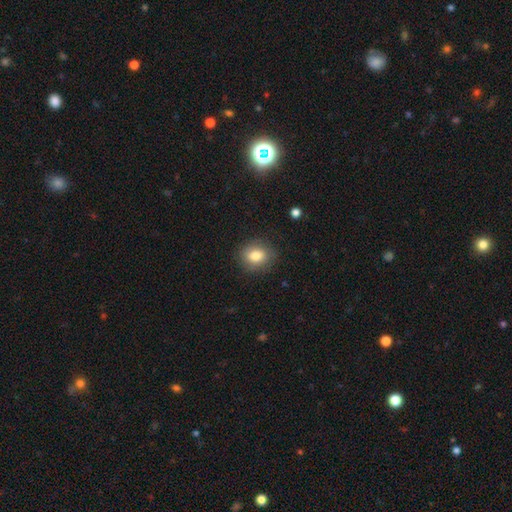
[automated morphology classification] Q: Smooth or featured?
A: smooth (82%); runner-up: featured or disk (9%)
Q: How rounded?
A: round (59%); runner-up: in between (40%)
Q: Merging?
A: none (84%); runner-up: minor disturbance (12%)